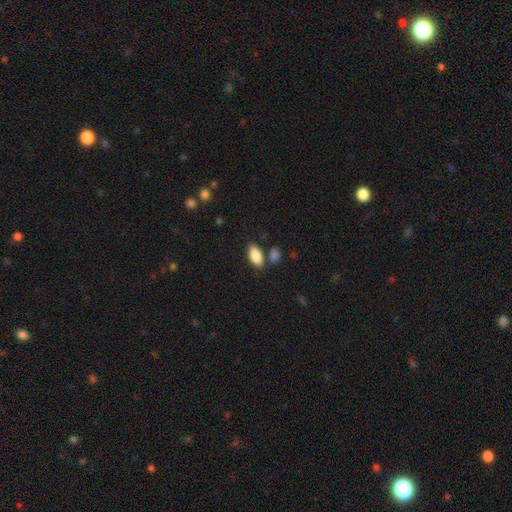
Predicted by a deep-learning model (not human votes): Overall: smooth (87%). How rounded: in between (90%). Merging: none (76%).